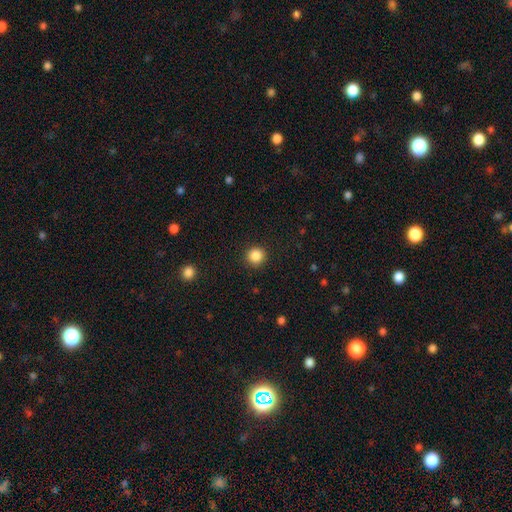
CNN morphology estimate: The model was most divided on "smooth or featured": smooth: 86%, star or artifact: 10%, featured or disk: 4%. More confident: how rounded — round (94%); merging — none (91%).